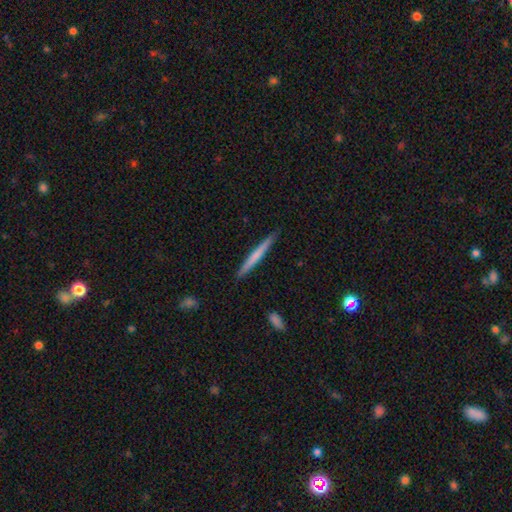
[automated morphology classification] smooth 56%, featured or disk 38%, star or artifact 5%. Down the decision tree: how rounded — cigar-shaped (97%); merging — none (90%).